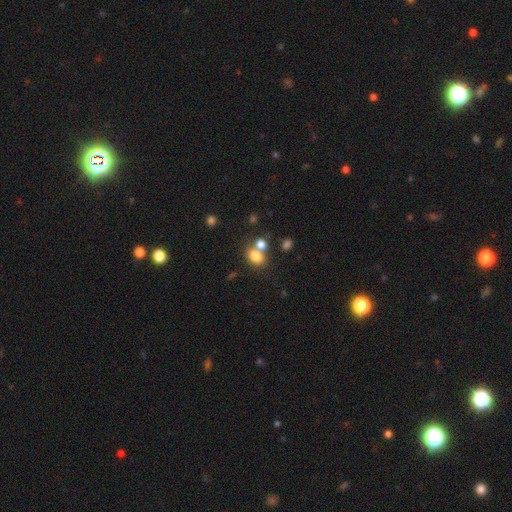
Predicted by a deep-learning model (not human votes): The model was most divided on "merging": none: 48%, merger: 37%, minor disturbance: 11%, major disturbance: 5%. More confident: smooth or featured — smooth (78%); how rounded — in between (66%).